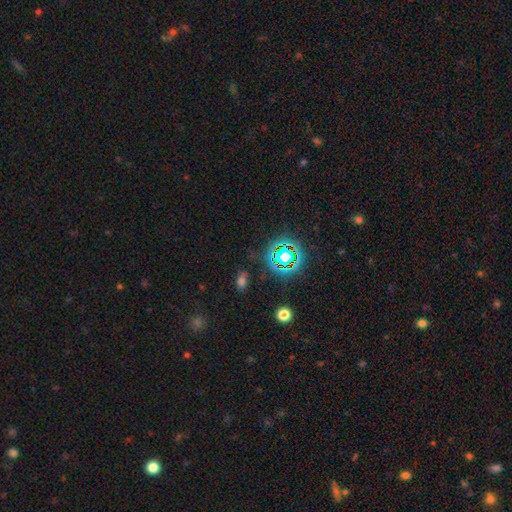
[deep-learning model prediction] This is likely a star or artifact rather than a galaxy (68%).